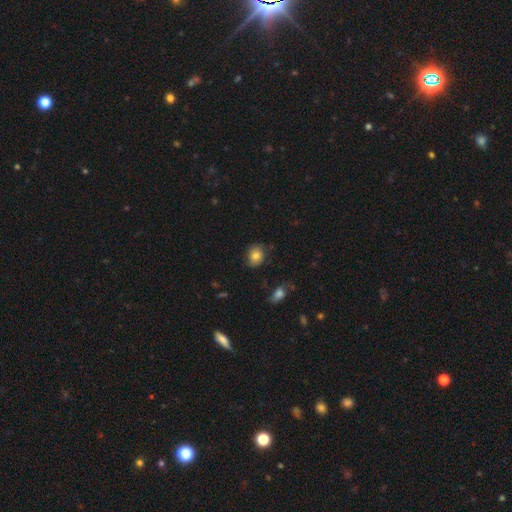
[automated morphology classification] The model was most divided on "how rounded": round: 65%, in between: 34%, cigar-shaped: 1%. More confident: smooth or featured — smooth (78%); merging — none (73%).